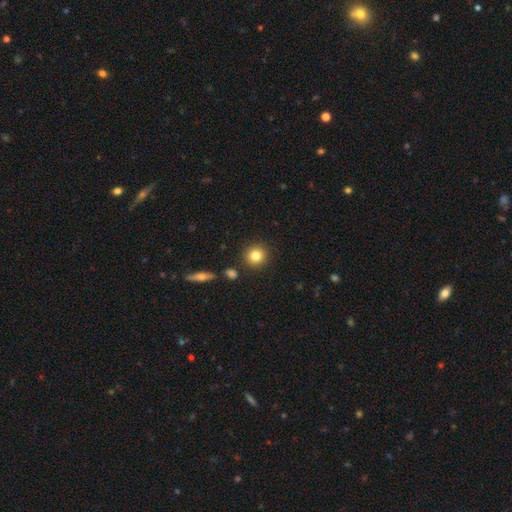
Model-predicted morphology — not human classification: Overall: smooth (82%). How rounded: round (91%). Merging: none (88%).